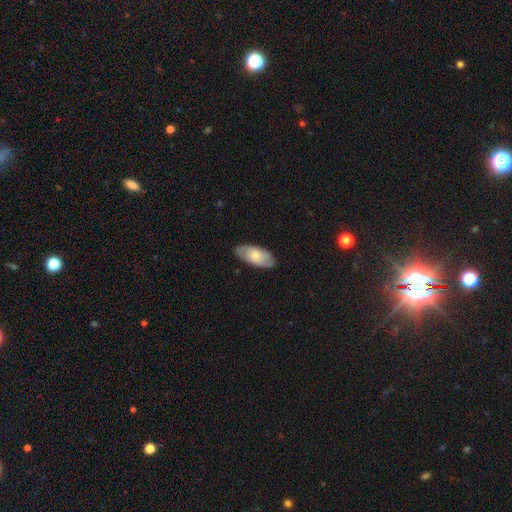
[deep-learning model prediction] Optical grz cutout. It shows a smooth galaxy with no disk features (70%) that is in between round and cigar-shaped (90%). Merging: none (84%).